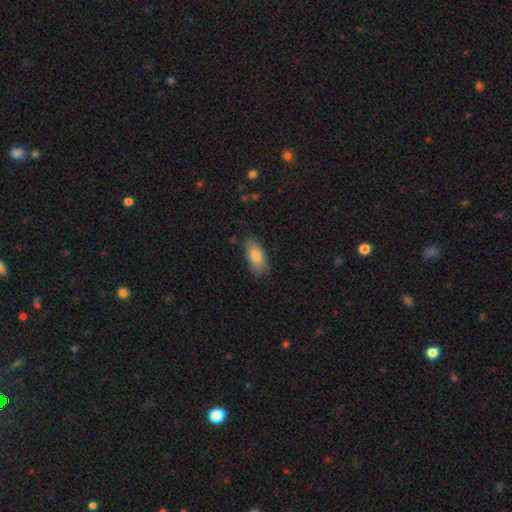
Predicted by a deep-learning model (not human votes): Smooth or featured? smooth (82%)
How rounded? in between (85%)
Merging? none (79%)